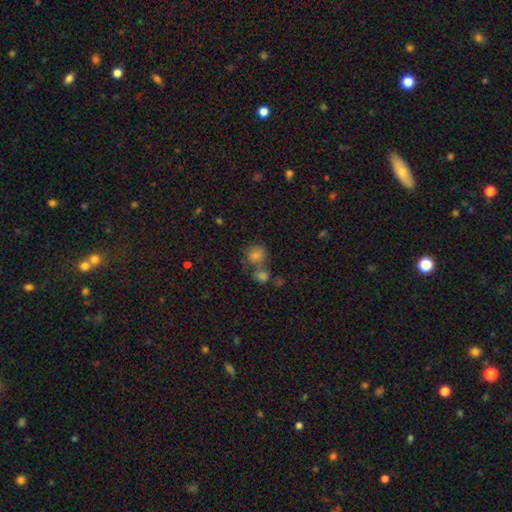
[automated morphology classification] Q: Smooth or featured?
A: smooth (59%); runner-up: star or artifact (26%)
Q: How rounded?
A: round (74%); runner-up: in between (24%)
Q: Merging?
A: none (53%); runner-up: merger (30%)